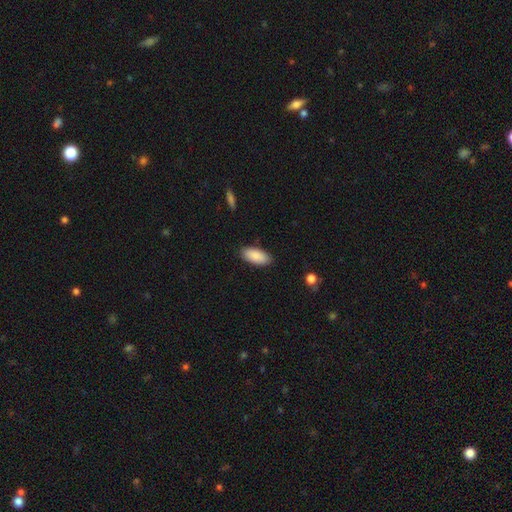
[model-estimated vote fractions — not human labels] A smooth galaxy with no disk features (89%) that is in between round and cigar-shaped (90%).

Vote fractions:
- Smooth or featured? smooth: 89% / star or artifact: 6% / featured or disk: 5%
- How rounded? in between: 90% / cigar-shaped: 8% / round: 2%
- Merging? none: 88% / minor disturbance: 9% / major disturbance: 2% / merger: 1%